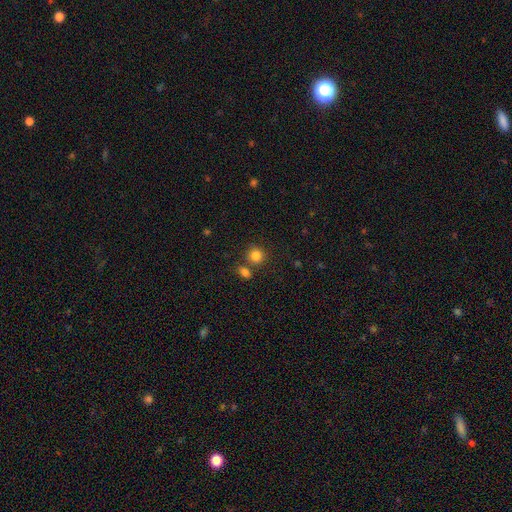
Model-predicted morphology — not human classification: The model was most divided on "merging": none: 71%, merger: 17%, minor disturbance: 9%, major disturbance: 3%. More confident: how rounded — round (87%); smooth or featured — smooth (83%).